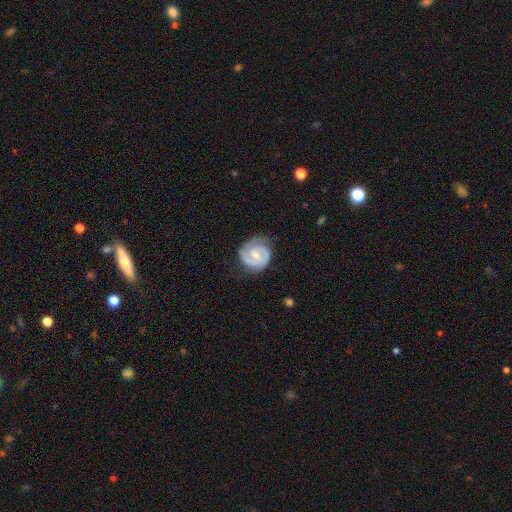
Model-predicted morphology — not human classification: Smooth or featured? featured or disk (85%)
Edge-on disk? no (98%)
Bar? weak (54%)
Spiral arms? yes (97%)
Spiral winding? tight (58%)
Spiral arm count? 2 (85%)
Bulge size? small (46%)
Merging? none (76%)